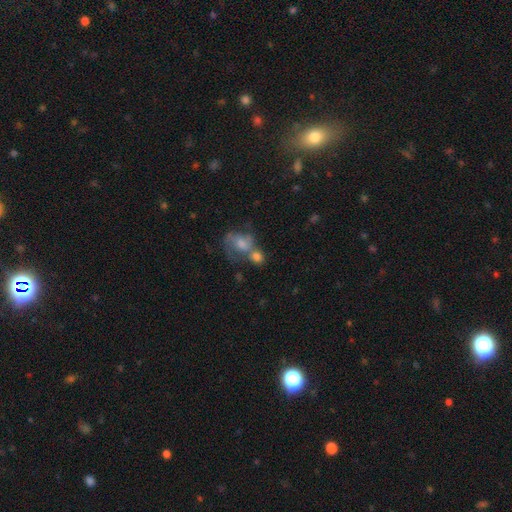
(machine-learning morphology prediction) smooth 47%, featured or disk 39%, star or artifact 15%. Down the decision tree: merging — merger (46%).